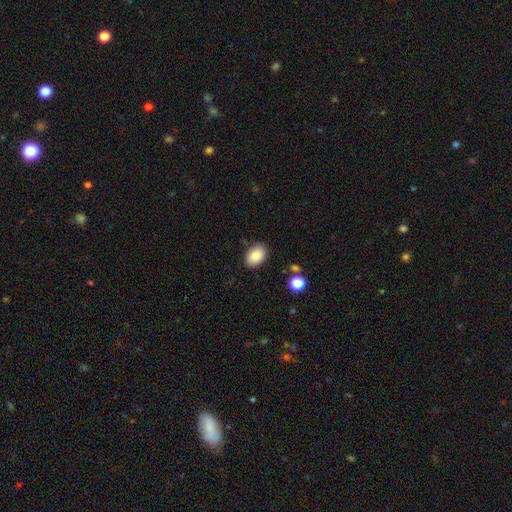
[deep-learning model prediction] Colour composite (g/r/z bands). It shows a smooth galaxy with no disk features (87%) that is in between round and cigar-shaped (85%). Merging: none (82%).